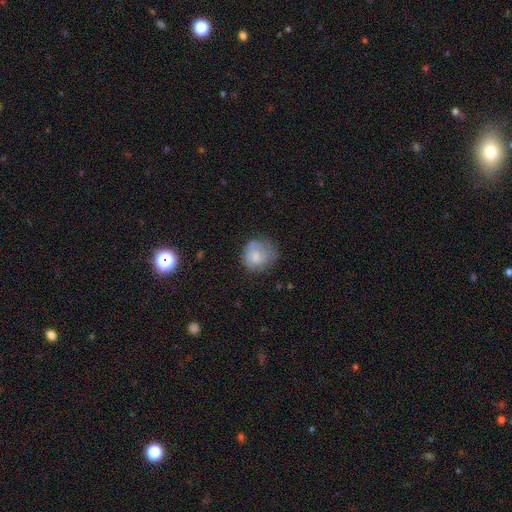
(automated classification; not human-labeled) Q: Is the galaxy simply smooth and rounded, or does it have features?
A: smooth — 66%.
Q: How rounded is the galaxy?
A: round — 78%.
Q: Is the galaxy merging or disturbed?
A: none — 55%.